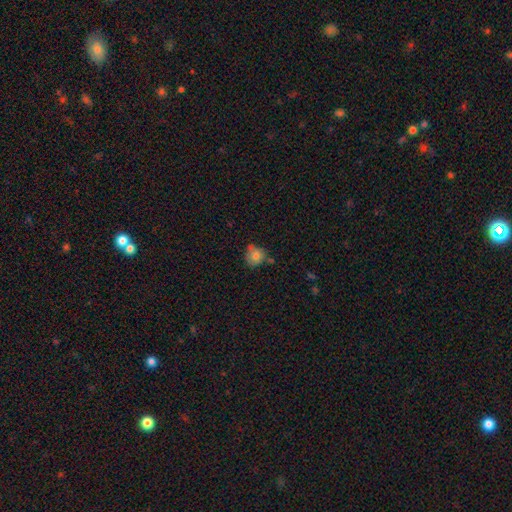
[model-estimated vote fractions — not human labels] Q: Smooth or featured?
A: smooth (76%); runner-up: featured or disk (14%)
Q: How rounded?
A: round (80%); runner-up: in between (19%)
Q: Merging?
A: none (56%); runner-up: minor disturbance (29%)